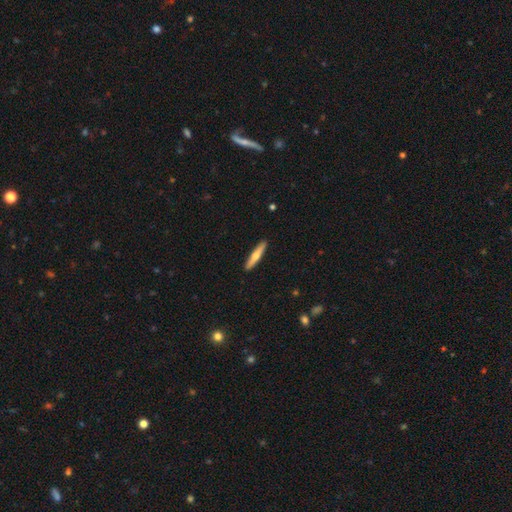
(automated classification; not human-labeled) The model was most divided on "smooth or featured": smooth: 58%, featured or disk: 36%, star or artifact: 5%. More confident: merging — none (91%); how rounded — cigar-shaped (89%).